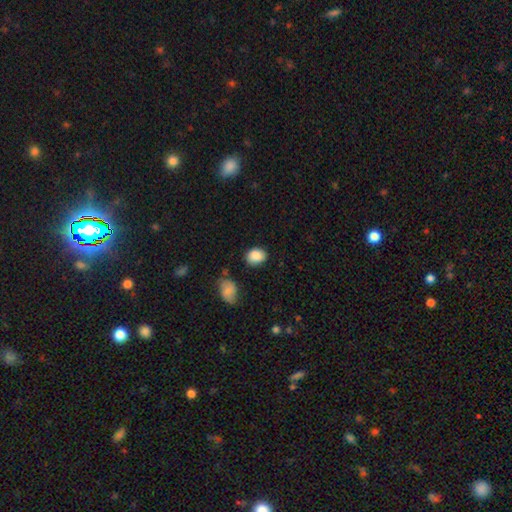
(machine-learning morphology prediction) type=smooth (87%); roundness=in between (65%); merging=none (77%).